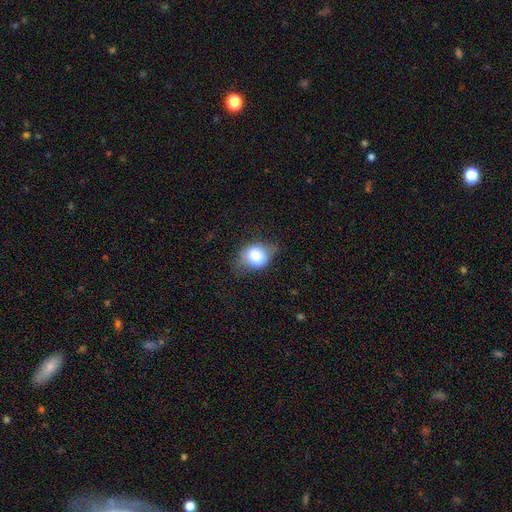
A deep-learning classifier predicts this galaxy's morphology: Q: Smooth or featured?
A: smooth (74%); runner-up: featured or disk (17%)
Q: How rounded?
A: round (51%); runner-up: in between (48%)
Q: Merging?
A: none (55%); runner-up: minor disturbance (32%)